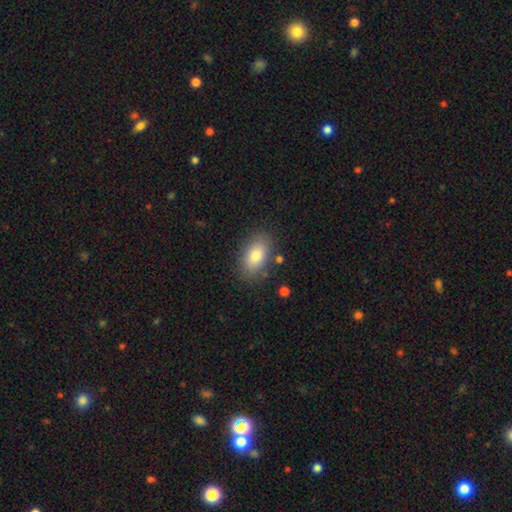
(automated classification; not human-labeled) smooth 81%, featured or disk 11%, star or artifact 7%. Down the decision tree: how rounded — in between (91%); merging — none (82%).